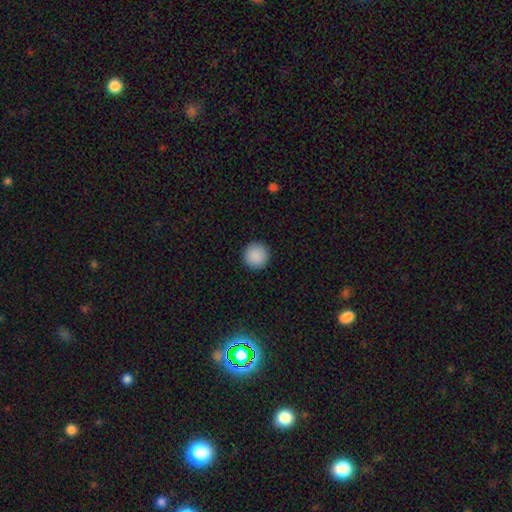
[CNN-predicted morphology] Smooth or featured: smooth — 90% (star or artifact — 8%)
How rounded: round — 96% (in between — 3%)
Merging: none — 93% (minor disturbance — 5%)